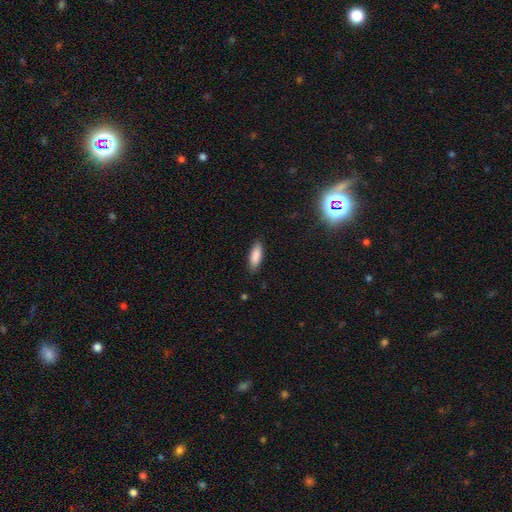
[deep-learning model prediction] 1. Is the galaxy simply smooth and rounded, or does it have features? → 87% smooth, 7% star or artifact, 6% featured or disk.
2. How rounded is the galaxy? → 66% in between, 32% cigar-shaped, 2% round.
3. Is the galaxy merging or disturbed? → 86% none, 11% minor disturbance, 2% major disturbance, 1% merger.